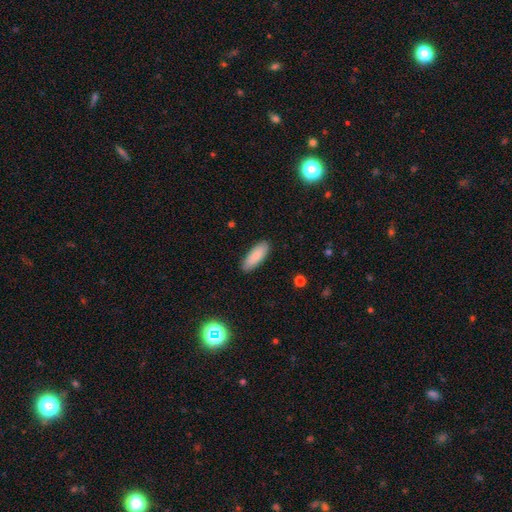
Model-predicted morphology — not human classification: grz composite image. It shows a smooth galaxy with no disk features (85%) that is in between round and cigar-shaped (70%). Merging: none (88%).